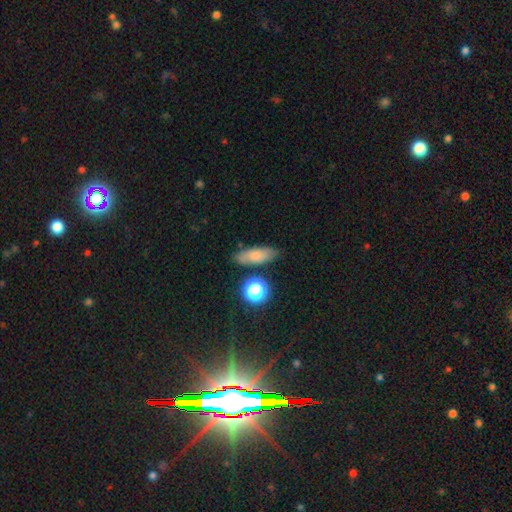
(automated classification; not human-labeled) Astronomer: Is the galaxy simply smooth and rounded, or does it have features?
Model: smooth — 72%.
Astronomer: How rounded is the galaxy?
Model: in between — 60%.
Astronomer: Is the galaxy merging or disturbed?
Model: none — 77%.